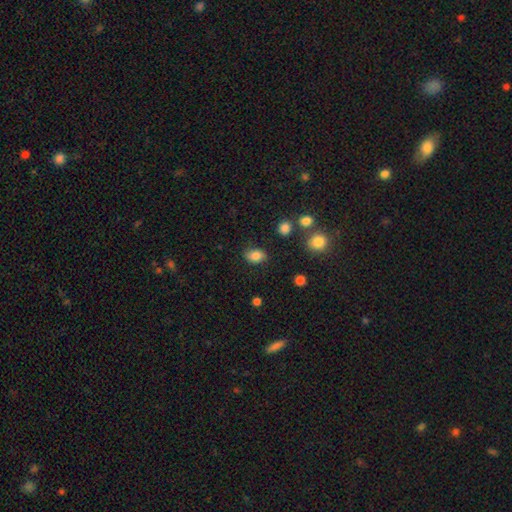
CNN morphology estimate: The model was most divided on "how rounded": in between: 74%, round: 25%, cigar-shaped: 1%. More confident: smooth or featured — smooth (81%); merging — none (78%).